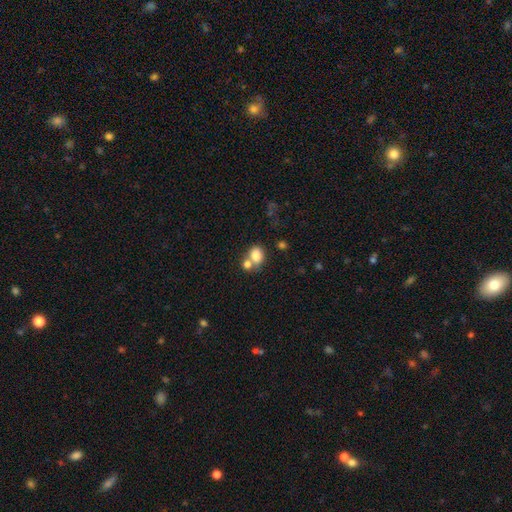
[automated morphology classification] Smooth or featured? smooth (81%)
How rounded? in between (57%)
Merging? merger (44%)